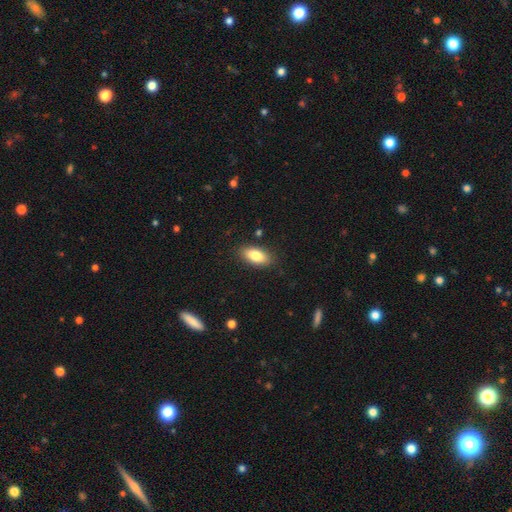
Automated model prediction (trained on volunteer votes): smooth_or_featured: smooth (p=0.83) [alt: featured or disk p=0.10]
how_rounded: in between (p=0.88) [alt: cigar-shaped p=0.09]
merging: none (p=0.86) [alt: minor disturbance p=0.10]